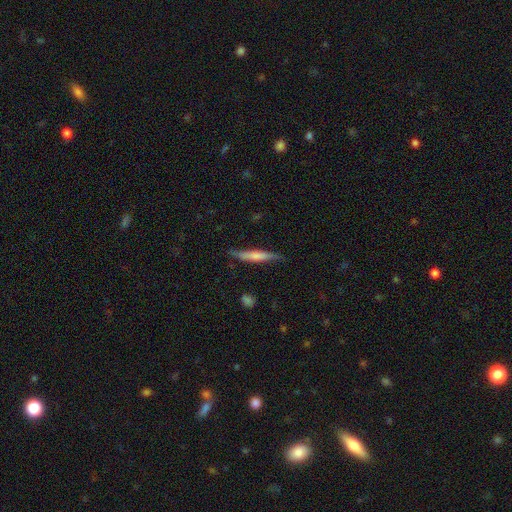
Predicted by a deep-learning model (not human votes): This appears to be a smooth galaxy with no disk features (54%) that is cigar-shaped (91%). Merging: none (76%).